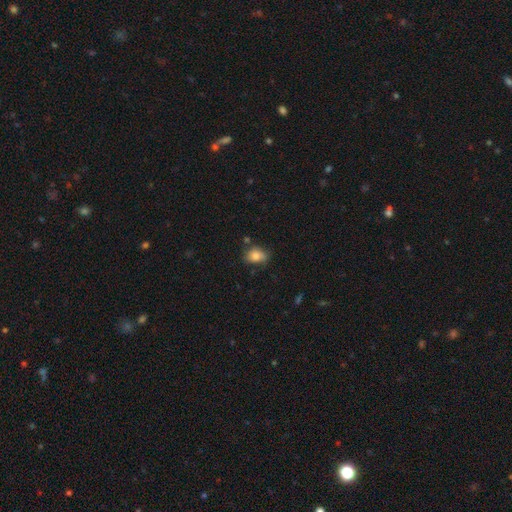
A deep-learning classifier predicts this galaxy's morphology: This appears to be a smooth galaxy with no disk features (80%) that is in between round and cigar-shaped (62%). Merging: none (58%).